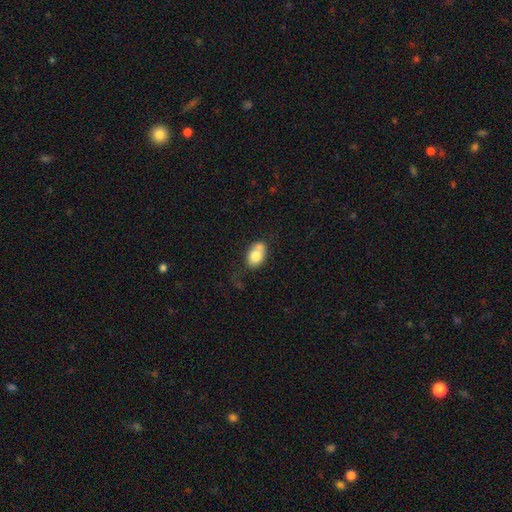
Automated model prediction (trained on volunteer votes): This is likely a smooth galaxy (76%). How rounded: likely in between (77%). Merging: marginally none (41%).